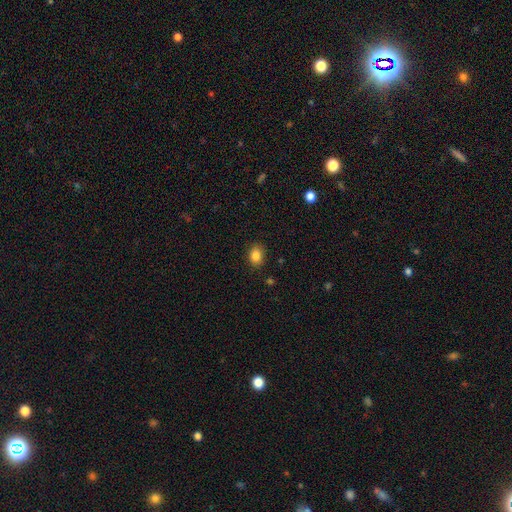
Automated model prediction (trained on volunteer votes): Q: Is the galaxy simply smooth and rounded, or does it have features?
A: smooth — 85%.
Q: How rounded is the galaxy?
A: in between — 58%.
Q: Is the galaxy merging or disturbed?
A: none — 87%.